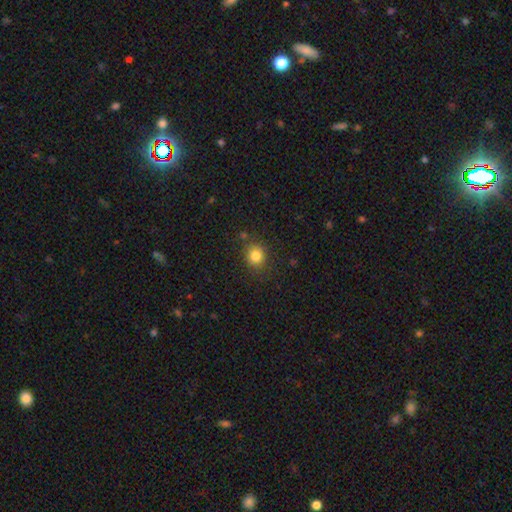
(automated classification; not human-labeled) This appears to be a smooth galaxy with no disk features (82%) that is round (80%). Merging: none (83%).